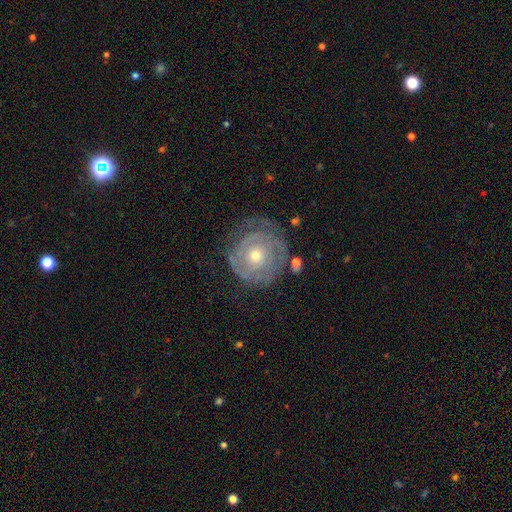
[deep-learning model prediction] A featured or disk galaxy (77%) with no bar (83%), tight (79%) spiral arms (83%) and a moderate central bulge (53%). Merging: none (68%).